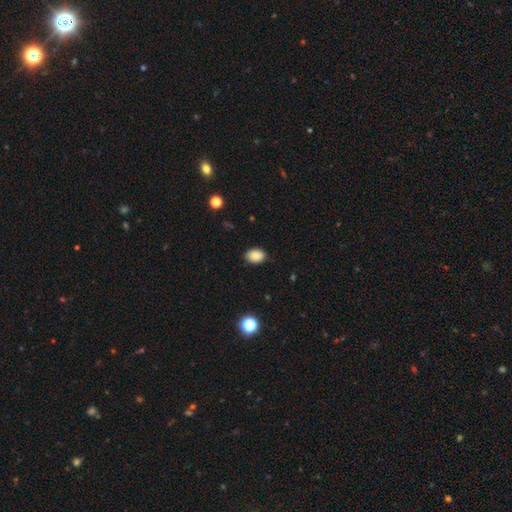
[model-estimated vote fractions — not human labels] Smooth or featured? Predicted: smooth (p=0.86). How rounded? Predicted: in between (p=0.76). Merging? Predicted: none (p=0.84).